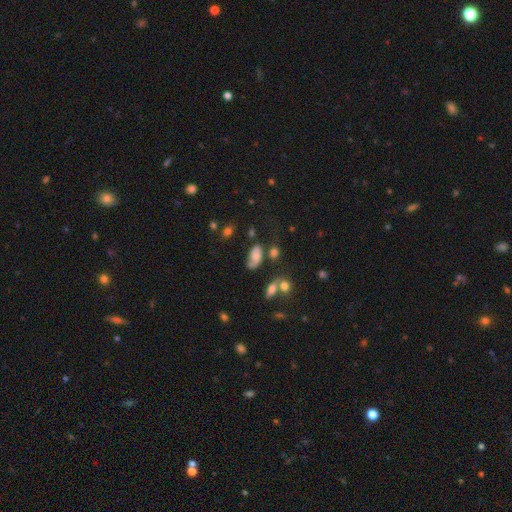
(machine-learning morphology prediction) Smooth or featured: smooth — 55% (featured or disk — 33%)
How rounded: in between — 89% (round — 7%)
Merging: none — 42% (minor disturbance — 27%)